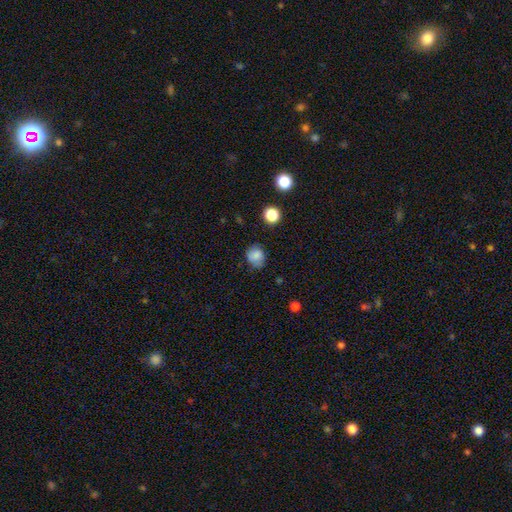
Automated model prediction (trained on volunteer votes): Smooth or featured?
  - smooth: 82% *
  - star or artifact: 11%
  - featured or disk: 7%
How rounded?
  - round: 74% *
  - in between: 25%
  - cigar-shaped: 1%
Merging?
  - none: 72% *
  - minor disturbance: 21%
  - major disturbance: 5%
  - merger: 2%